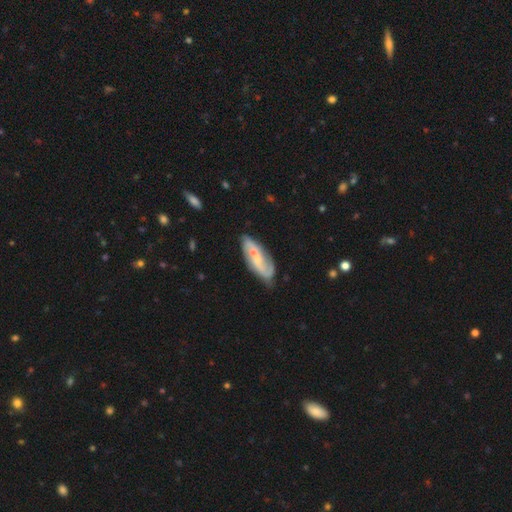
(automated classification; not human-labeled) smooth-or-featured: featured or disk: 62% | smooth: 30% | star or artifact: 8%
  disk-edge-on: no: 85% | yes: 15%
    bar: no: 51% | weak: 36% | strong: 13%
    has-spiral-arms: yes: 86% | no: 14%
    bulge-size: small: 64% | moderate: 24% | none: 9% | large: 2% | dominant: 1%
  merging: none: 76% | minor disturbance: 18% | major disturbance: 4% | merger: 2%